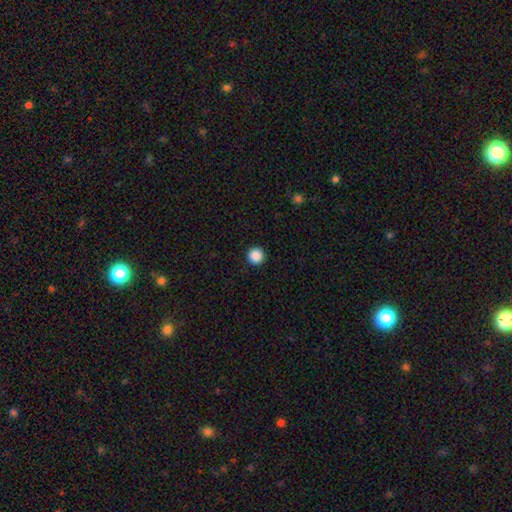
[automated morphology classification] Smooth or featured?
  - smooth: 88% *
  - star or artifact: 10%
  - featured or disk: 2%
How rounded?
  - round: 97% *
  - in between: 2%
  - cigar-shaped: 1%
Merging?
  - none: 94% *
  - minor disturbance: 4%
  - major disturbance: 1%
  - merger: 1%